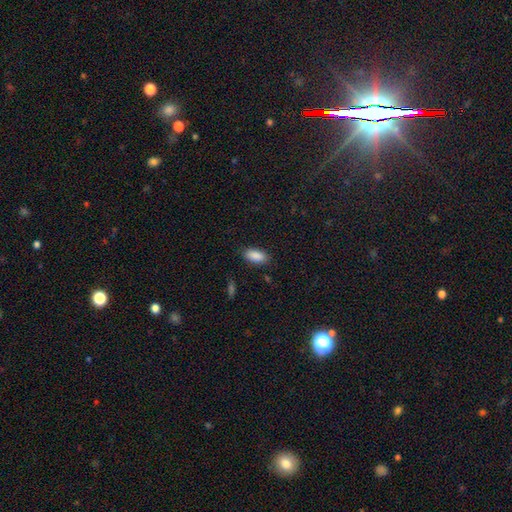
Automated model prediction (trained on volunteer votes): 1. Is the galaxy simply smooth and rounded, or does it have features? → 89% smooth, 7% star or artifact, 4% featured or disk.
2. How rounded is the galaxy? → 91% in between, 7% cigar-shaped, 2% round.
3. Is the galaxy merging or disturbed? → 87% none, 10% minor disturbance, 2% major disturbance, 1% merger.